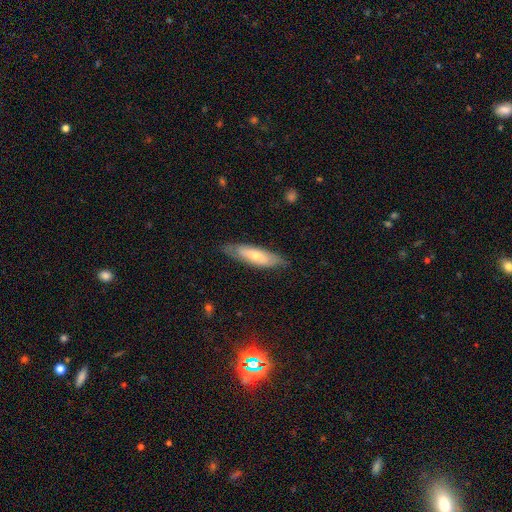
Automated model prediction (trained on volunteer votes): Morphology: type=smooth (54%); roundness=cigar-shaped (53%); merging=none (75%).